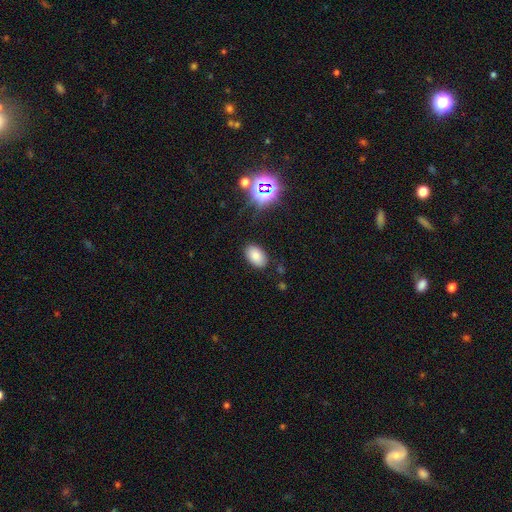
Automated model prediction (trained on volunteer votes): Morphology: type=smooth (79%); roundness=in between (90%); merging=none (85%).